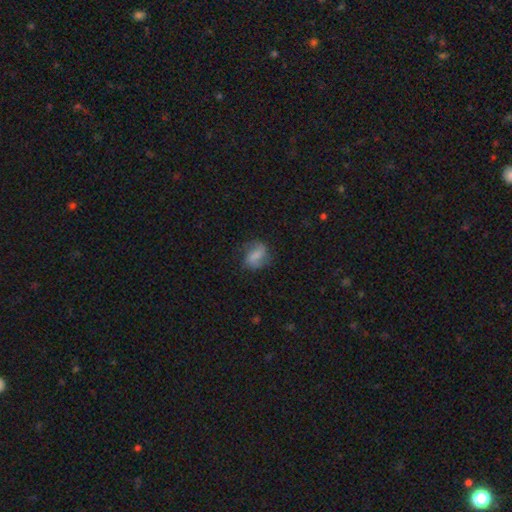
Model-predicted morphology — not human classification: Smooth or featured? smooth (55%)
How rounded? in between (60%)
Merging? none (65%)